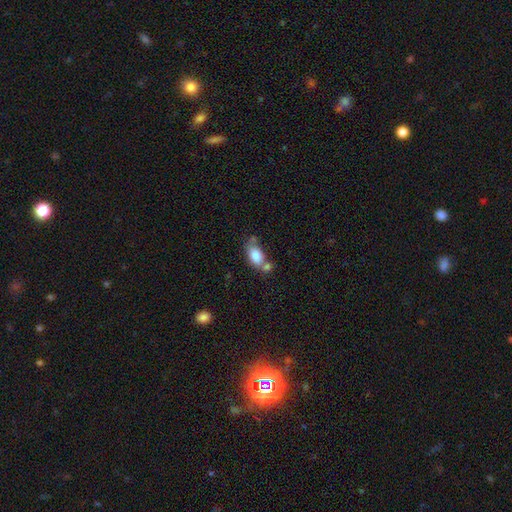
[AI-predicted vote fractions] A smooth galaxy with no disk features (80%) that is in between round and cigar-shaped (88%). Merging: none (43%).